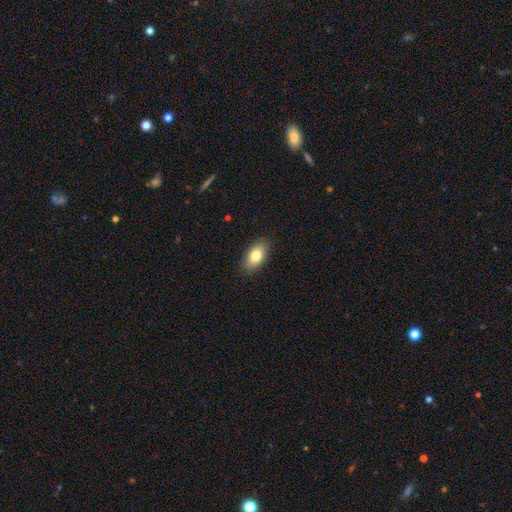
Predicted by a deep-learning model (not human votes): Smooth or featured: smooth — 79% (featured or disk — 14%)
How rounded: in between — 90% (round — 6%)
Merging: none — 87% (minor disturbance — 10%)